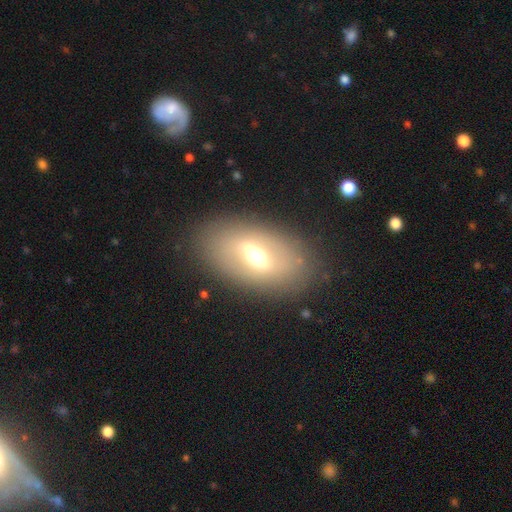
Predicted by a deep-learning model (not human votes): Overall: featured or disk (56%; smooth 36%). Edge-on disk: no (78%). Merging: none (84%).